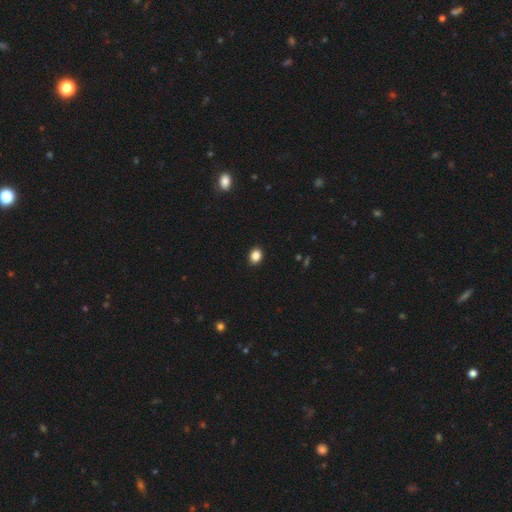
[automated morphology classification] The model was most divided on "how rounded": round: 56%, in between: 43%, cigar-shaped: 1%. More confident: merging — none (91%); smooth or featured — smooth (86%).